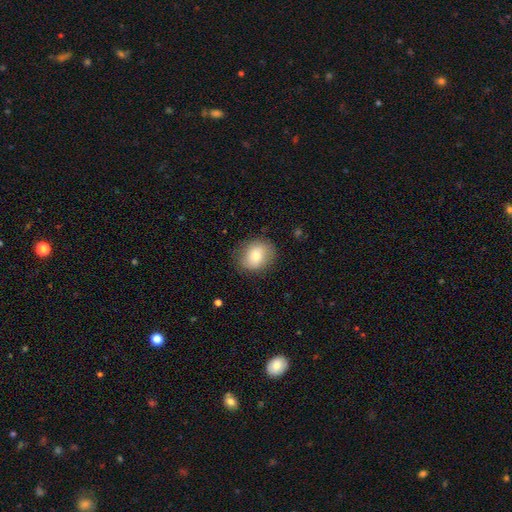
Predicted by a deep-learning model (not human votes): Smooth or featured?
  - smooth: 76% *
  - featured or disk: 16%
  - star or artifact: 8%
How rounded?
  - round: 60% *
  - in between: 39%
  - cigar-shaped: 1%
Merging?
  - none: 81% *
  - minor disturbance: 13%
  - major disturbance: 4%
  - merger: 1%